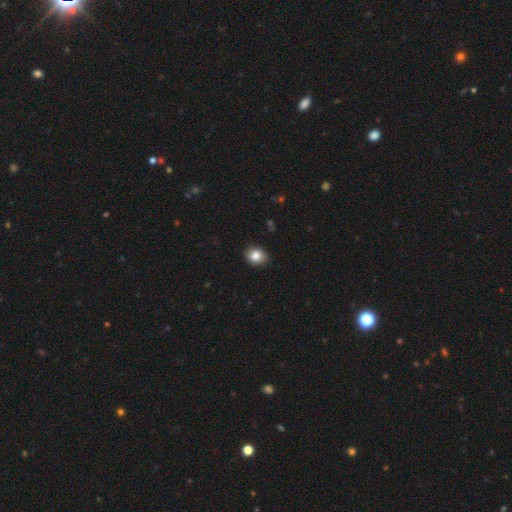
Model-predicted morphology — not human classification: type=smooth (84%); roundness=round (57%); merging=none (86%).